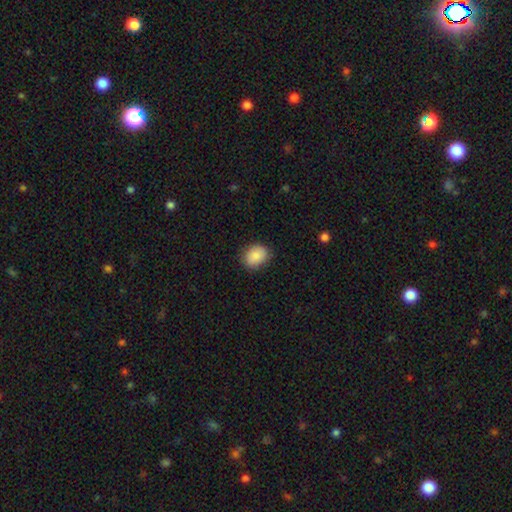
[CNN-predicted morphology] smooth 87%, star or artifact 7%, featured or disk 6%. Down the decision tree: how rounded — in between (52%); merging — none (84%).